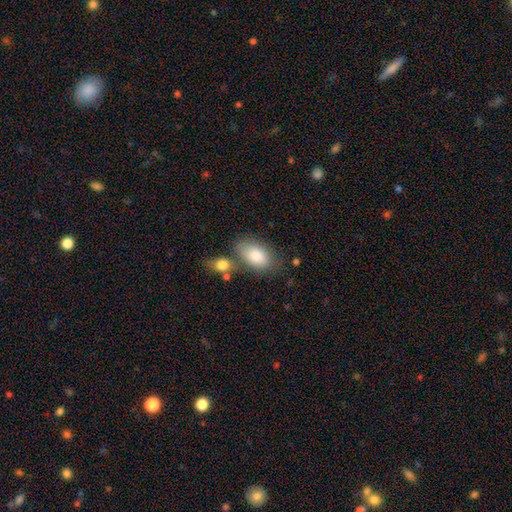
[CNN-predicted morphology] smooth 84%, featured or disk 10%, star or artifact 6%. Down the decision tree: how rounded — in between (91%); merging — none (62%).